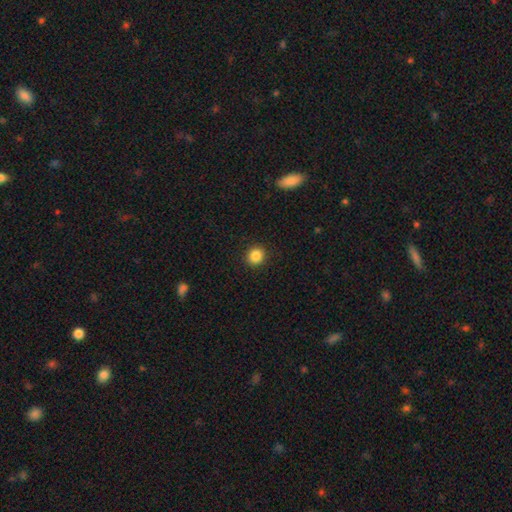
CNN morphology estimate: A smooth galaxy with no disk features (86%) that is round (88%).

Vote fractions:
- Smooth or featured? smooth: 86% / star or artifact: 10% / featured or disk: 4%
- How rounded? round: 88% / in between: 11% / cigar-shaped: 1%
- Merging? none: 92% / minor disturbance: 5% / major disturbance: 2% / merger: 1%